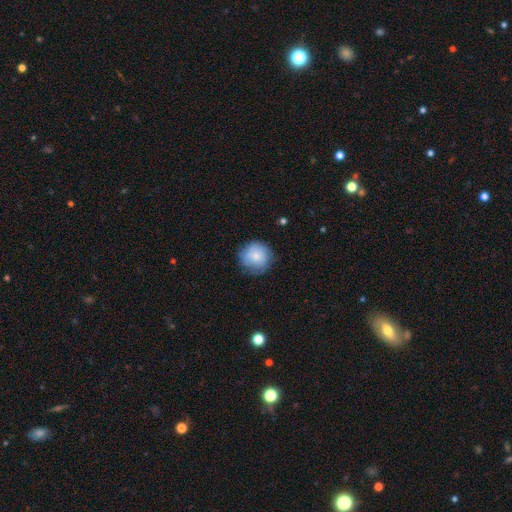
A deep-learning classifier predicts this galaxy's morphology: A smooth galaxy with no disk features (76%) that is round (92%).

Vote fractions:
- Smooth or featured? smooth: 76% / featured or disk: 16% / star or artifact: 7%
- How rounded? round: 92% / in between: 7% / cigar-shaped: 1%
- Merging? none: 75% / minor disturbance: 19% / major disturbance: 5% / merger: 1%